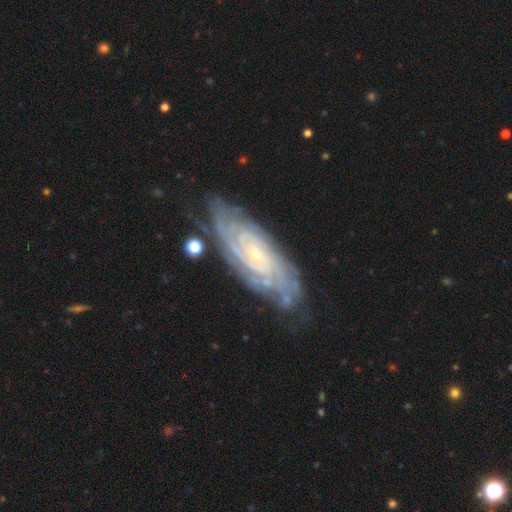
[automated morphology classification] This appears to be a featured or disk galaxy (89%) with no bar (71%), tight (82%) spiral arms (98%) and a small central bulge (83%). Merging: none (73%).